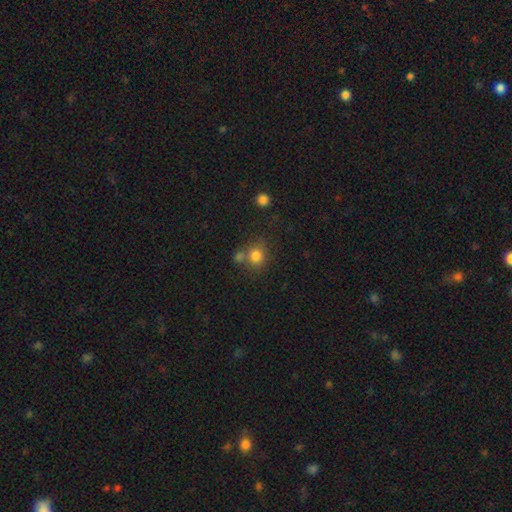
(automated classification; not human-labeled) Smooth or featured? Predicted: smooth (p=0.80). How rounded? Predicted: round (p=0.79). Merging? Predicted: none (p=0.57).